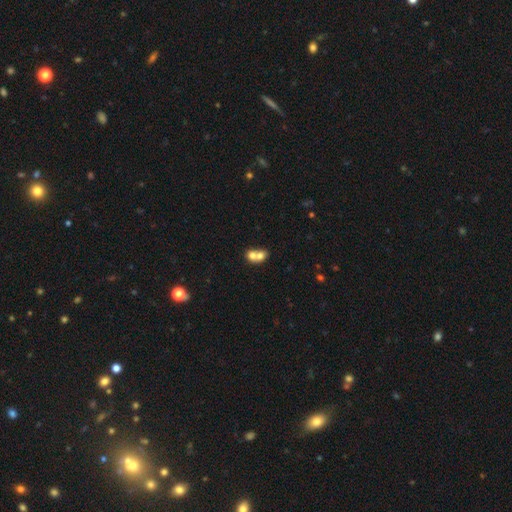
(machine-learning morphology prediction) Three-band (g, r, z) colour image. It shows a smooth galaxy with no disk features (70%) that is round (59%). Merging: merger (74%).